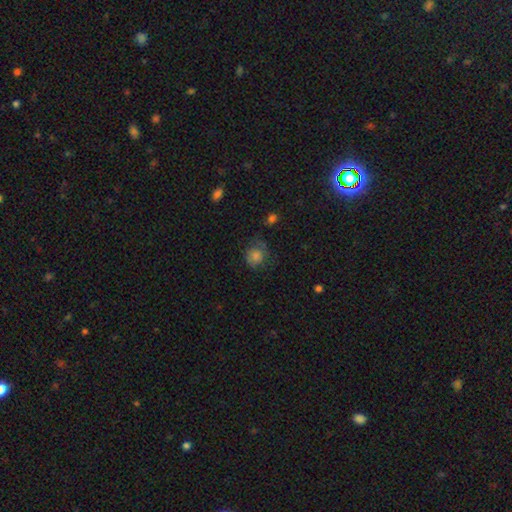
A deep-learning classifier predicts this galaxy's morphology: This is likely a smooth galaxy (70%). How rounded: likely round (75%). Merging: possibly none (58%).